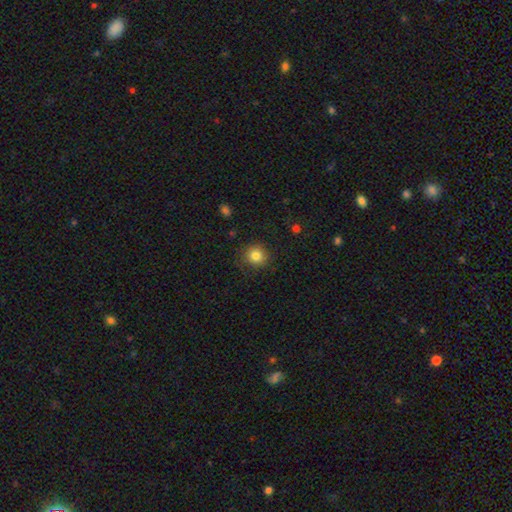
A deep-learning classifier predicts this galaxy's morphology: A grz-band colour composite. It shows a smooth galaxy with no disk features (83%) that is round (90%). Merging: none (84%).